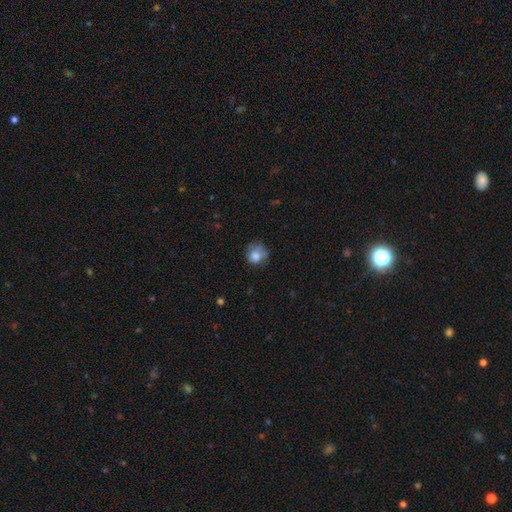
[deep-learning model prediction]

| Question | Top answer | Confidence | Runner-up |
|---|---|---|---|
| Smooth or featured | smooth | 75% | featured or disk (16%) |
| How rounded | round | 77% | in between (22%) |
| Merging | none | 50% | minor disturbance (30%) |